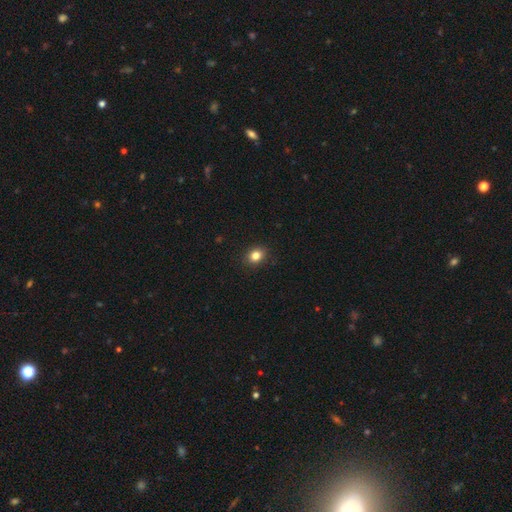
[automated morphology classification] A smooth galaxy with no disk features (83%) that is round (53%). Merging: none (90%).